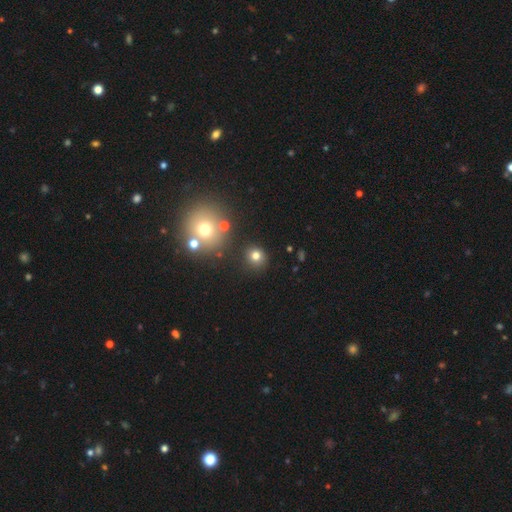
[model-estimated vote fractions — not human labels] smooth 76%, star or artifact 17%, featured or disk 8%. Down the decision tree: how rounded — round (88%); merging — none (84%).